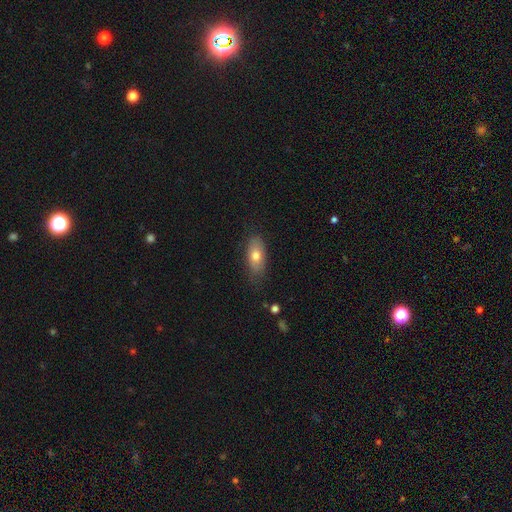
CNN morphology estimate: smooth_or_featured: smooth (p=0.73) [alt: featured or disk p=0.20]
how_rounded: in between (p=0.86) [alt: cigar-shaped p=0.09]
merging: none (p=0.73) [alt: minor disturbance p=0.21]